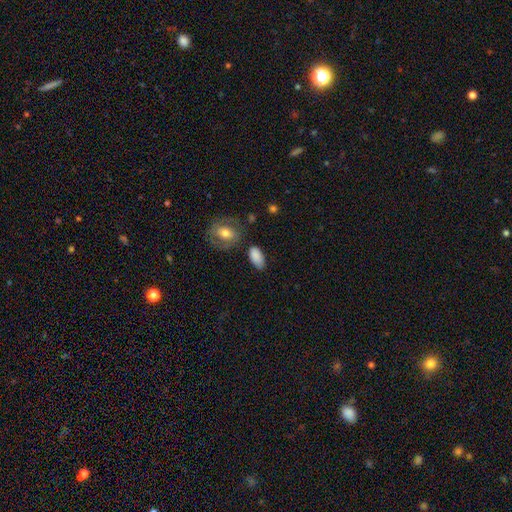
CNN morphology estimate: Q: Smooth or featured?
A: smooth (85%); runner-up: featured or disk (8%)
Q: How rounded?
A: in between (92%); runner-up: round (4%)
Q: Merging?
A: none (72%); runner-up: minor disturbance (18%)